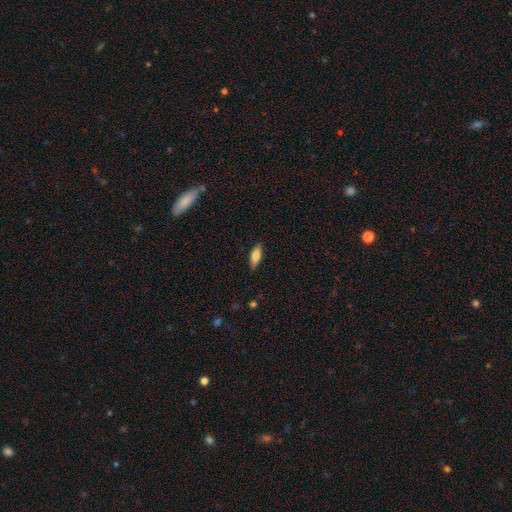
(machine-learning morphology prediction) Overall: smooth (76%). How rounded: in between (64%; cigar-shaped 34%). Merging: none (86%).